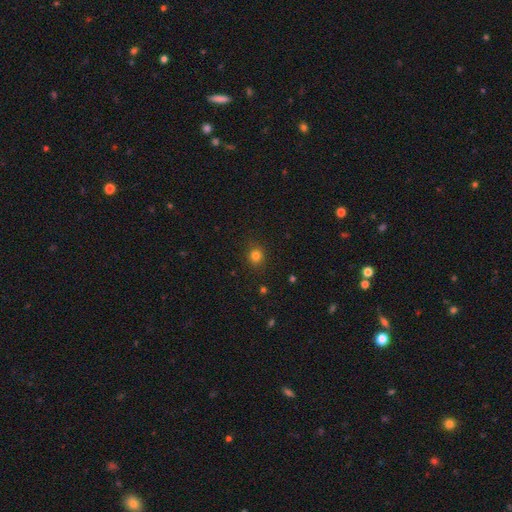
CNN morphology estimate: Smooth or featured?
  - smooth: 81% *
  - star or artifact: 14%
  - featured or disk: 5%
How rounded?
  - round: 83% *
  - in between: 17%
  - cigar-shaped: 1%
Merging?
  - none: 88% *
  - minor disturbance: 8%
  - major disturbance: 3%
  - merger: 1%